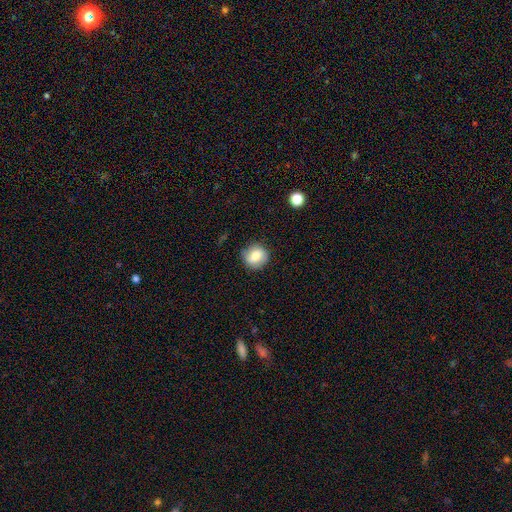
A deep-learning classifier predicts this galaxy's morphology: smooth-or-featured: smooth: 75% | featured or disk: 16% | star or artifact: 9%
  how-rounded: round: 84% | in between: 15% | cigar-shaped: 1%
  merging: none: 83% | minor disturbance: 13% | major disturbance: 3% | merger: 1%